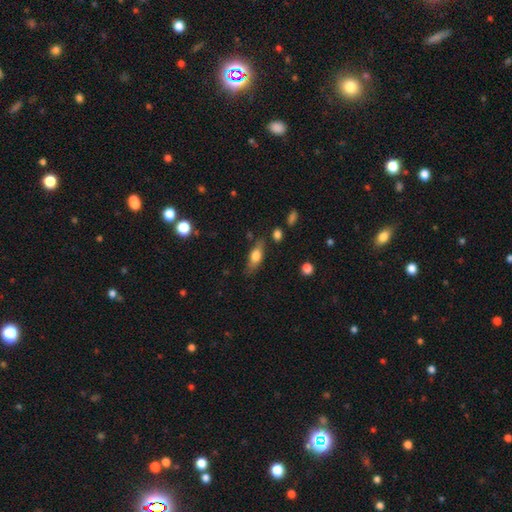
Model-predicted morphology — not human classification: This is likely a smooth galaxy (66%). How rounded: likely in between (67%). Merging: likely none (72%).